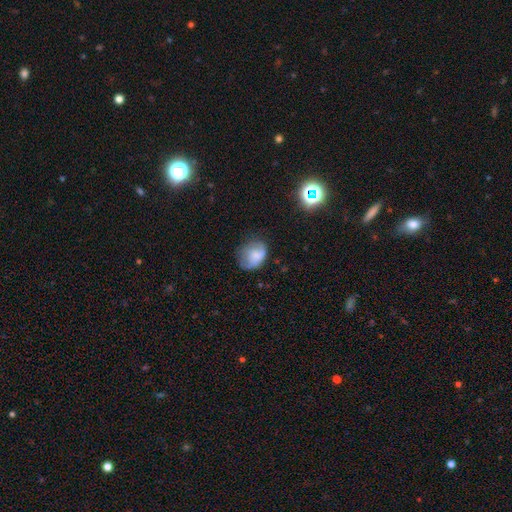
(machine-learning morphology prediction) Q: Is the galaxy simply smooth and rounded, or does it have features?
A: smooth — 64%.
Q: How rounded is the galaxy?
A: in between — 51%.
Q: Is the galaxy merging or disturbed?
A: none — 49%.